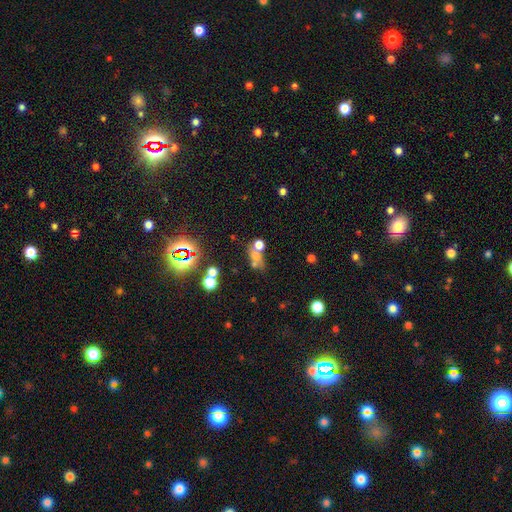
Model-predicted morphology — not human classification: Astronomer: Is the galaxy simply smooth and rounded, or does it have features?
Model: smooth — 54%.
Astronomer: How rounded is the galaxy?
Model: round — 53% (runner-up: in between, 42%).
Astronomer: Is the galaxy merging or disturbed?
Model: merger — 41% (runner-up: none, 40%).